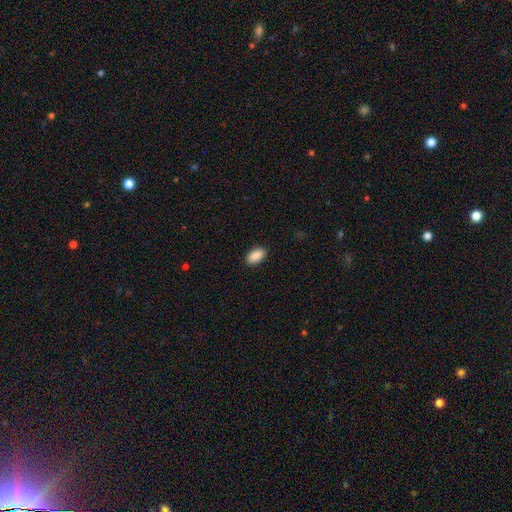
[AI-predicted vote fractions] Smooth or featured: smooth — 90% (star or artifact — 7%)
How rounded: in between — 94% (round — 4%)
Merging: none — 90% (minor disturbance — 7%)